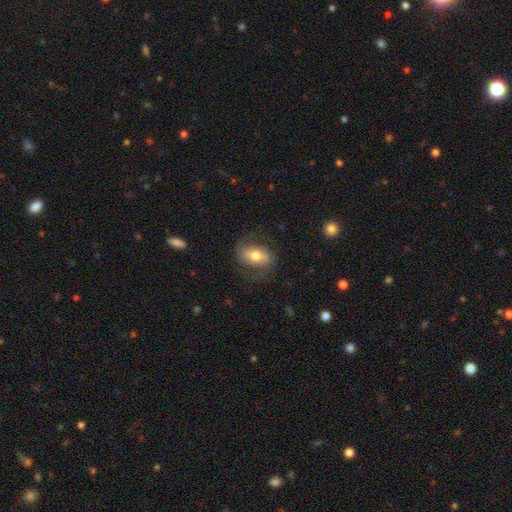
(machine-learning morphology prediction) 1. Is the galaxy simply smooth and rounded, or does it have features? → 47% featured or disk, 46% smooth, 7% star or artifact.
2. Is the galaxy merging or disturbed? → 69% none, 18% minor disturbance, 11% major disturbance, 1% merger.